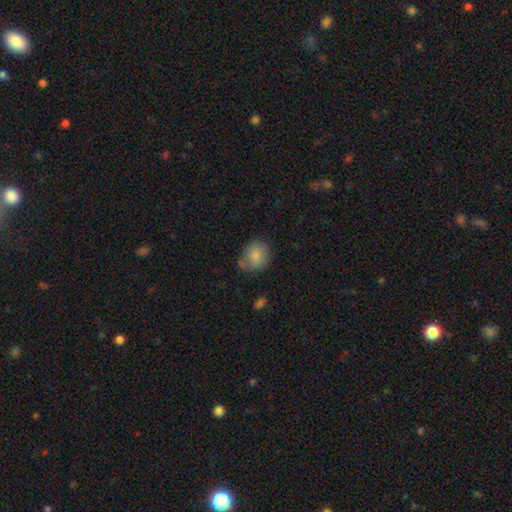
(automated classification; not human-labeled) Smooth or featured? Predicted: smooth (p=0.83). How rounded? Predicted: round (p=0.57). Merging? Predicted: none (p=0.57).